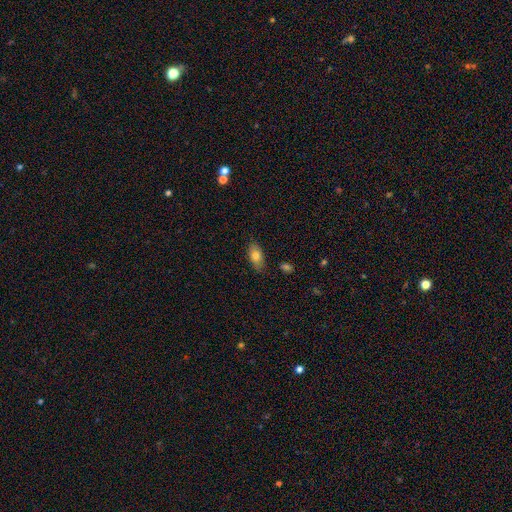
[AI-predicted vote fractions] Smooth or featured? Predicted: smooth (p=0.76). How rounded? Predicted: in between (p=0.89). Merging? Predicted: none (p=0.82).